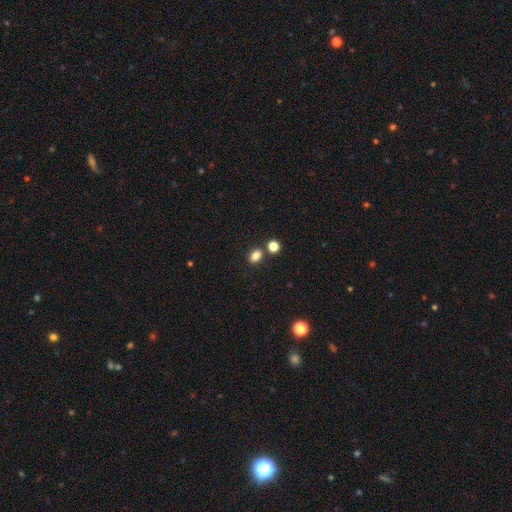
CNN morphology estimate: Smooth or featured: smooth — 83% (star or artifact — 12%)
How rounded: in between — 70% (round — 29%)
Merging: none — 74% (merger — 13%)